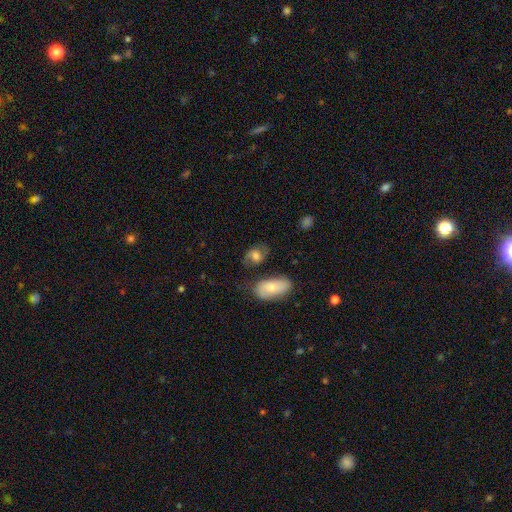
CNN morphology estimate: smooth-or-featured: smooth: 55% | featured or disk: 34% | star or artifact: 11%
  how-rounded: in between: 71% | round: 27% | cigar-shaped: 2%
  merging: none: 62% | minor disturbance: 20% | merger: 9% | major disturbance: 9%